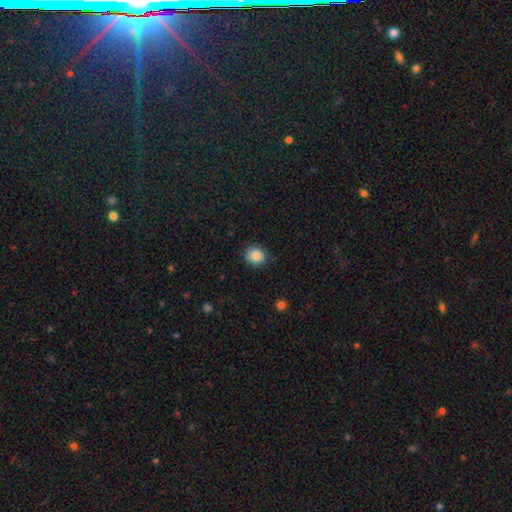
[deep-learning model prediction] A smooth galaxy with no disk features (86%) that is round (75%). Merging: none (81%).